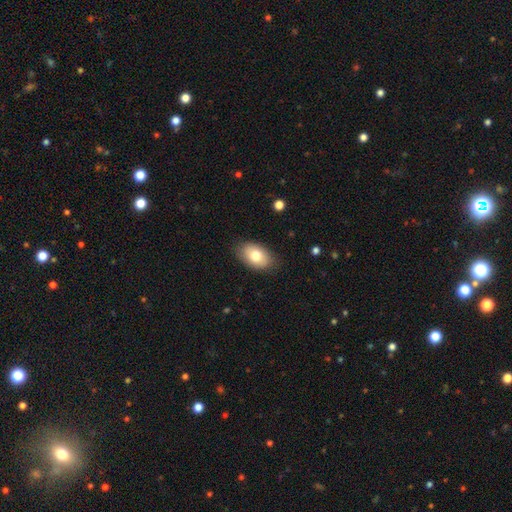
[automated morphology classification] smooth 78%, featured or disk 15%, star or artifact 7%. Down the decision tree: how rounded — in between (90%); merging — none (83%).